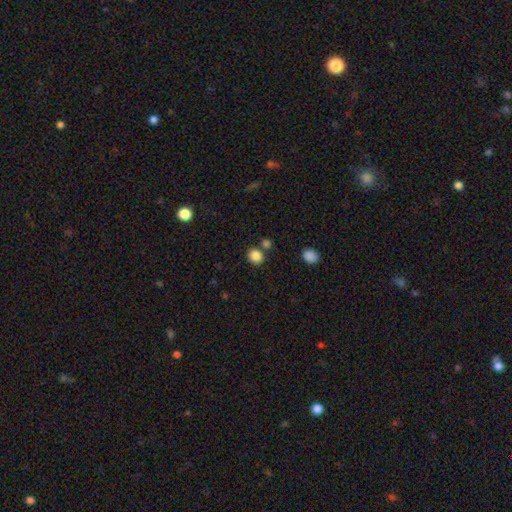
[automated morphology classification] Overall: smooth (85%). How rounded: round (78%). Merging: none (74%).